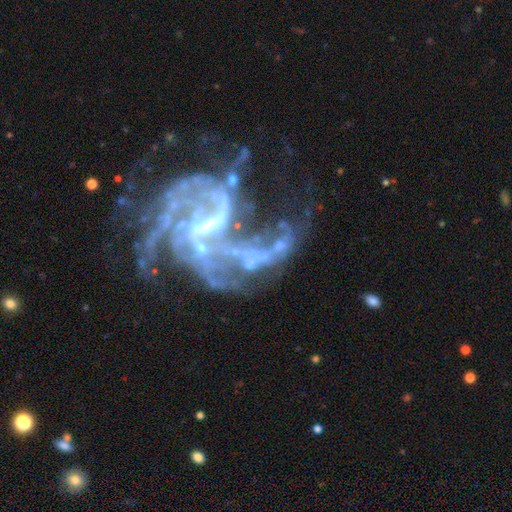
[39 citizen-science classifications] A featured or disk galaxy (90%) with a strong bar (40%), 2 (53%) medium (41%) spiral arms (97%) and a moderate central bulge (40%). Merging: none (42%, tied with major disturbance).